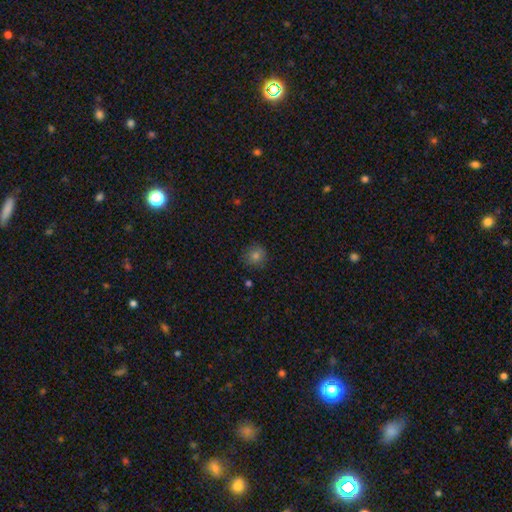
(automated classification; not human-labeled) This appears to be a smooth galaxy with no disk features (76%) that is round (89%). Merging: none (85%).